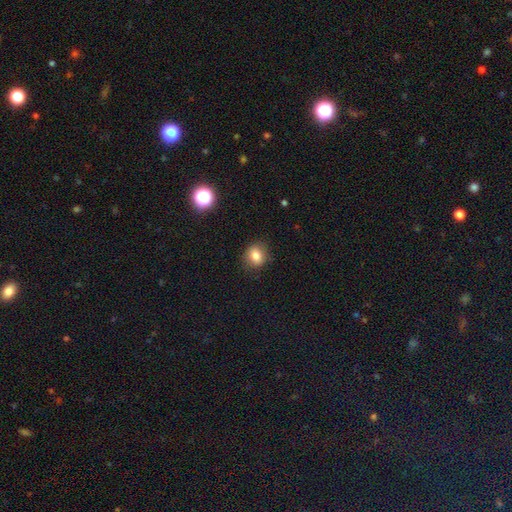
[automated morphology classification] type=smooth (79%); roundness=round (60%); merging=none (82%).